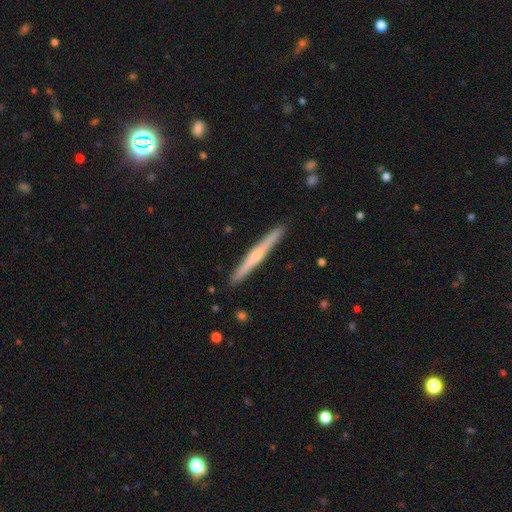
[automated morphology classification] Smooth or featured: featured or disk — 66% (smooth — 27%)
Edge-on disk: yes — 97% (no — 3%)
Edge-on bulge: rounded — 70% (none — 25%)
Merging: none — 90% (minor disturbance — 7%)